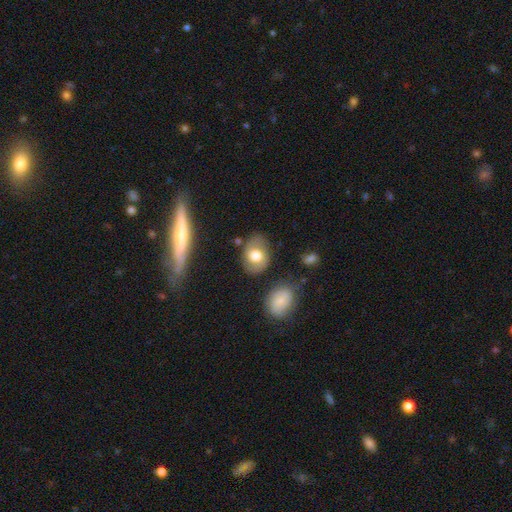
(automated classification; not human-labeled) Smooth or featured: smooth — 64% (featured or disk — 27%)
How rounded: in between — 65% (round — 33%)
Merging: none — 73% (minor disturbance — 17%)